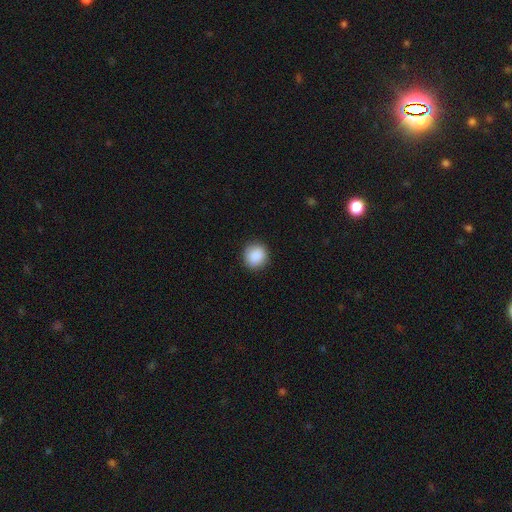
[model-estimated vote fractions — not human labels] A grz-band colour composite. It shows a smooth galaxy with no disk features (88%) that is round (90%). Merging: none (90%).